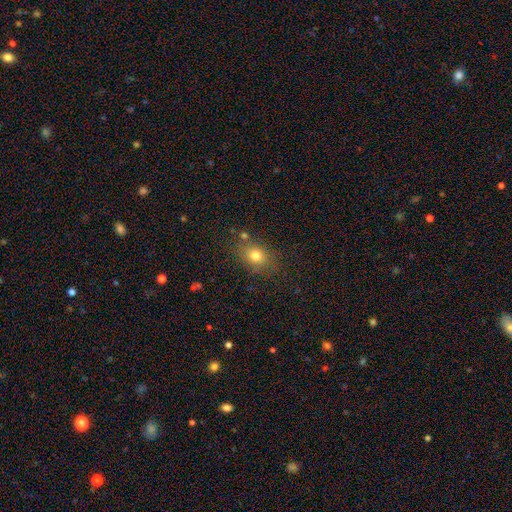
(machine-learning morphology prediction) A smooth galaxy with no disk features (77%) that is in between round and cigar-shaped (50%).

Vote fractions:
- Smooth or featured? smooth: 77% / star or artifact: 13% / featured or disk: 10%
- How rounded? in between: 50% / round: 48% / cigar-shaped: 1%
- Merging? none: 75% / minor disturbance: 15% / merger: 6% / major disturbance: 5%